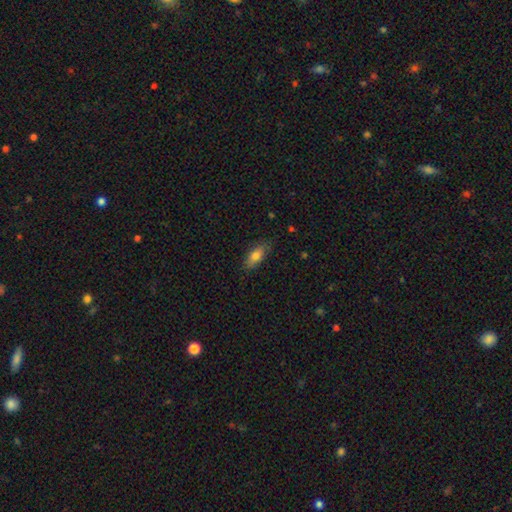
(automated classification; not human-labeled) This is likely a smooth galaxy (75%). How rounded: likely in between (76%). Merging: likely none (79%).